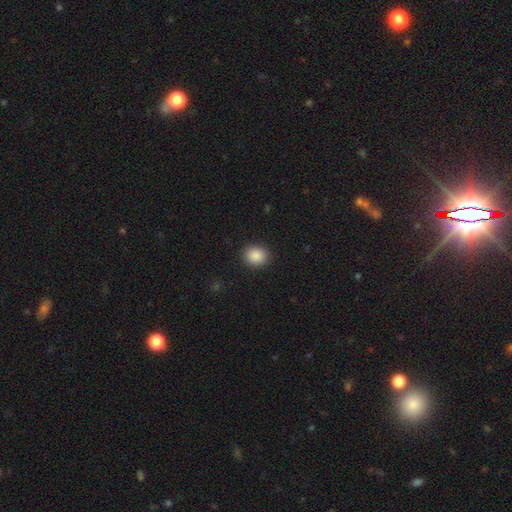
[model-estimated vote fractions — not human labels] smooth_or_featured: smooth (p=0.89) [alt: star or artifact p=0.08]
how_rounded: round (p=0.68) [alt: in between p=0.31]
merging: none (p=0.91) [alt: minor disturbance p=0.06]